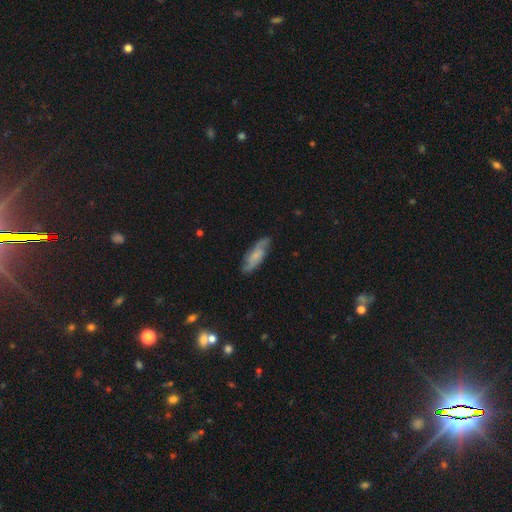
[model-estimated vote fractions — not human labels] Smooth or featured?
  - featured or disk: 55% *
  - smooth: 38%
  - star or artifact: 7%
Edge-on disk?
  - no: 82% *
  - yes: 18%
Merging?
  - none: 78% *
  - minor disturbance: 16%
  - major disturbance: 4%
  - merger: 1%